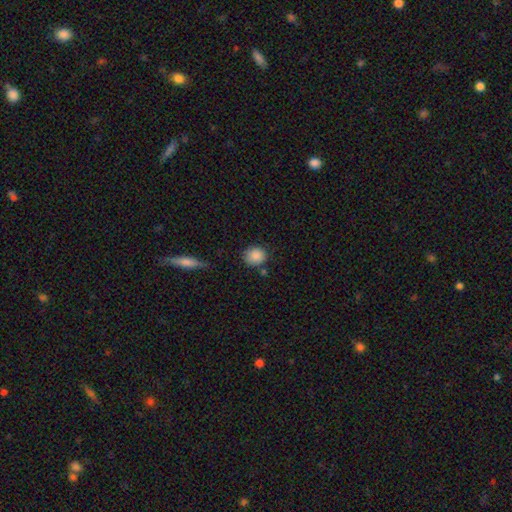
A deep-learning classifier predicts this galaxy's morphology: smooth-or-featured: smooth: 87% | star or artifact: 8% | featured or disk: 5%
  how-rounded: round: 82% | in between: 17% | cigar-shaped: 1%
  merging: none: 75% | minor disturbance: 16% | merger: 5% | major disturbance: 4%